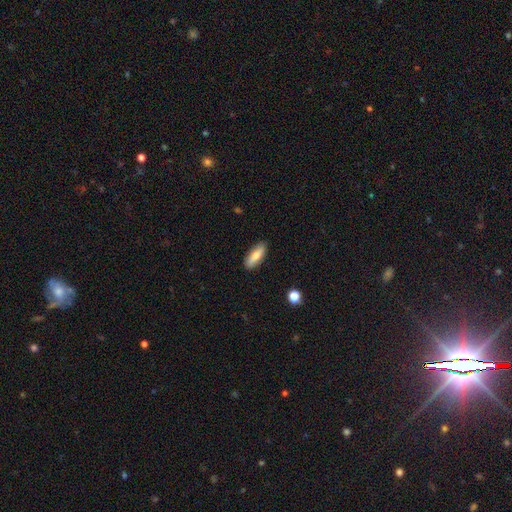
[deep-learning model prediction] Overall: smooth (72%). How rounded: in between (64%; cigar-shaped 33%). Merging: none (87%).